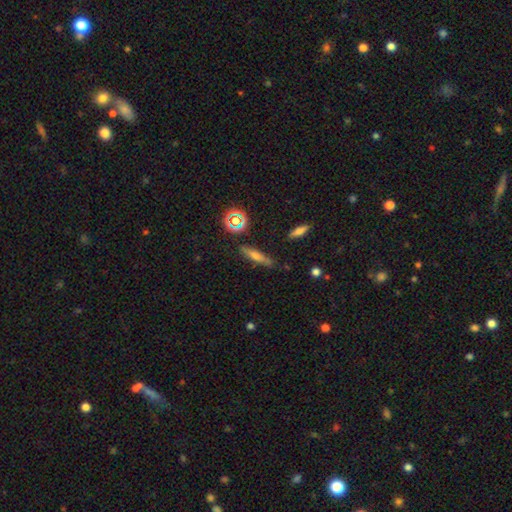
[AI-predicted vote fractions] The model was most divided on "smooth or featured": smooth: 51%, featured or disk: 32%, star or artifact: 16%. More confident: merging — none (81%); how rounded — cigar-shaped (75%).